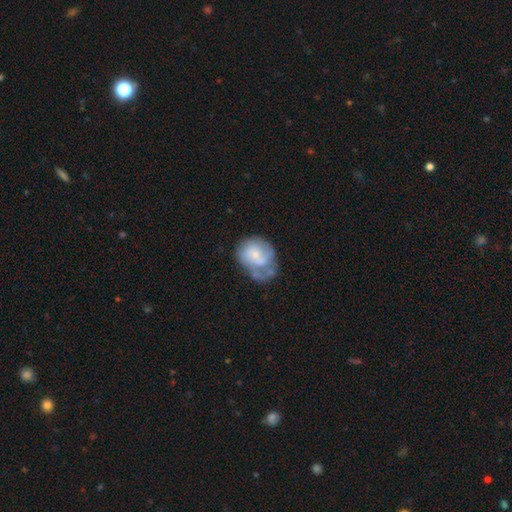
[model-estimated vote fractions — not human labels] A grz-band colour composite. It shows a featured or disk galaxy (52%) with no bar (75%), spiral arms (59%) and a small central bulge (60%). Merging: none (30%).